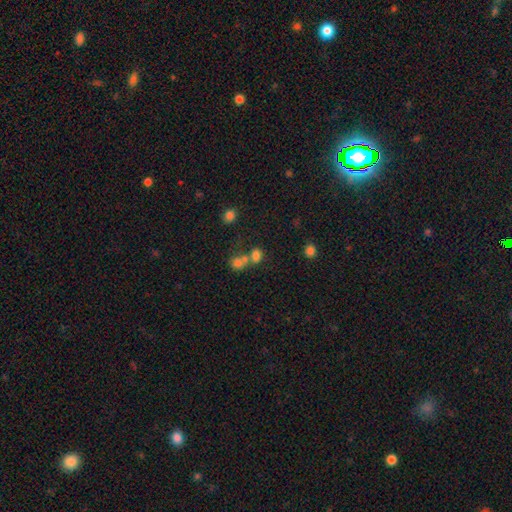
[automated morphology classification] smooth 73%, star or artifact 16%, featured or disk 11%. Down the decision tree: how rounded — in between (51%); merging — merger (49%).